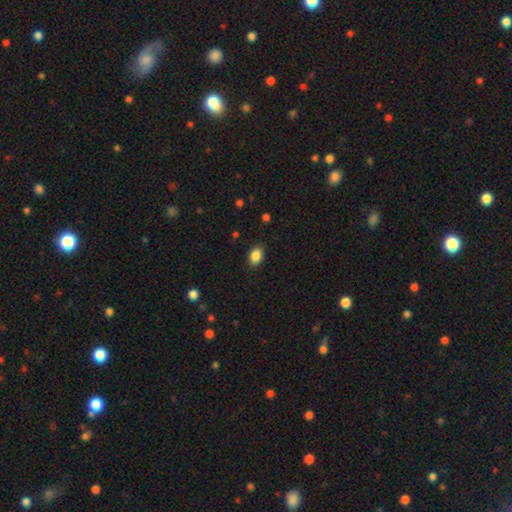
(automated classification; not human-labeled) Smooth or featured?
  - smooth: 87% *
  - star or artifact: 9%
  - featured or disk: 5%
How rounded?
  - in between: 78% *
  - round: 21%
  - cigar-shaped: 1%
Merging?
  - none: 85% *
  - minor disturbance: 11%
  - major disturbance: 3%
  - merger: 1%